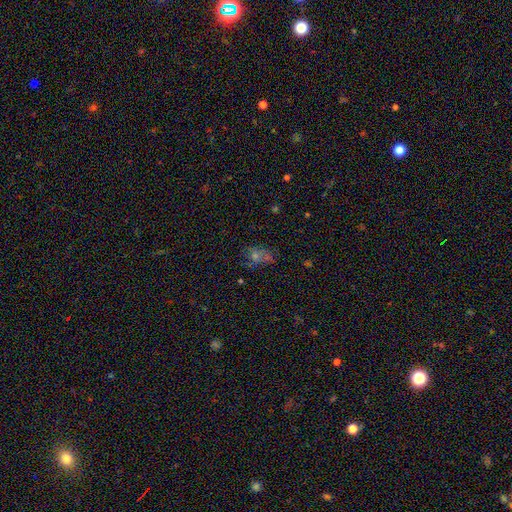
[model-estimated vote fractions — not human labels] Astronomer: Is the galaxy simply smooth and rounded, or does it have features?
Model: smooth — 44% (runner-up: star or artifact, 34%).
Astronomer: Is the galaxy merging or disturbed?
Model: none — 52%.